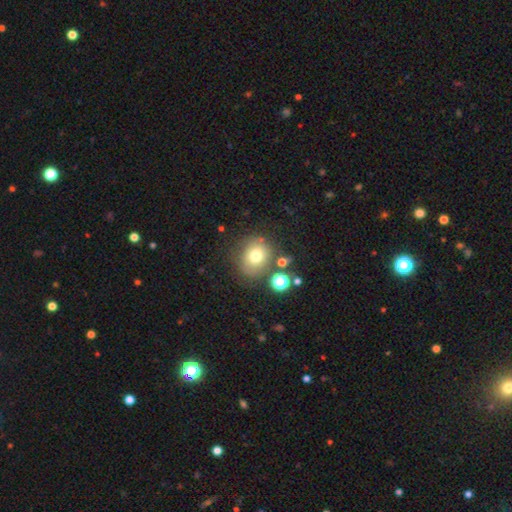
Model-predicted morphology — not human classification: Smooth or featured: smooth — 71% (star or artifact — 15%)
How rounded: round — 77% (in between — 22%)
Merging: none — 71% (minor disturbance — 14%)